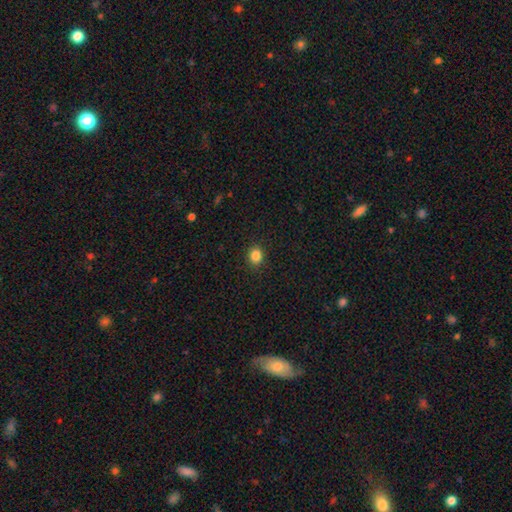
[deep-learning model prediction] smooth_or_featured: smooth (p=0.85) [alt: star or artifact p=0.11]
how_rounded: round (p=0.74) [alt: in between p=0.25]
merging: none (p=0.90) [alt: minor disturbance p=0.07]